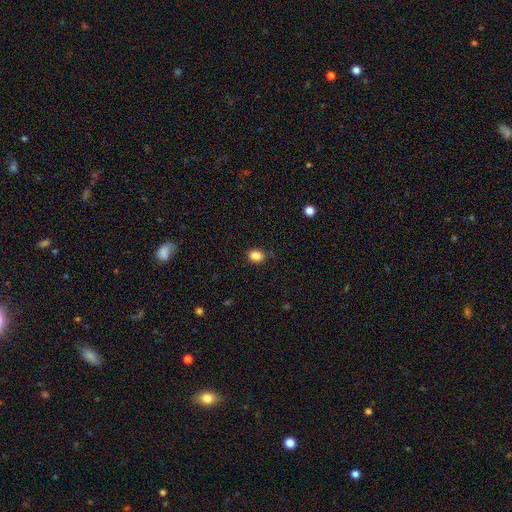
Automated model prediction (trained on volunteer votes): smooth-or-featured: smooth: 84% | star or artifact: 11% | featured or disk: 5%
  how-rounded: round: 53% | in between: 46% | cigar-shaped: 1%
  merging: none: 87% | minor disturbance: 10% | major disturbance: 2% | merger: 1%